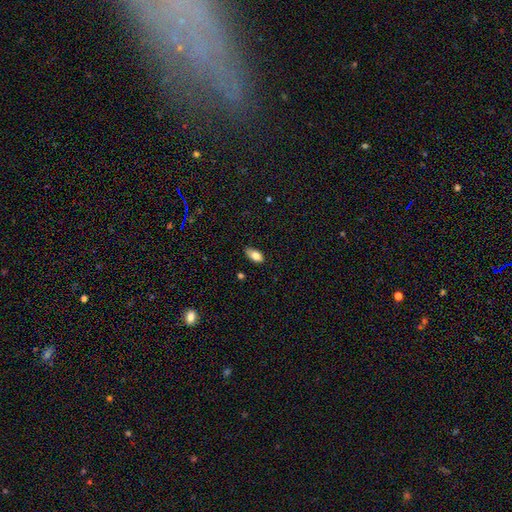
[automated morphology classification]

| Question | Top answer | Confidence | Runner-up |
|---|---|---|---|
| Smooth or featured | smooth | 82% | featured or disk (10%) |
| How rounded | in between | 91% | round (5%) |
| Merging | none | 68% | minor disturbance (26%) |